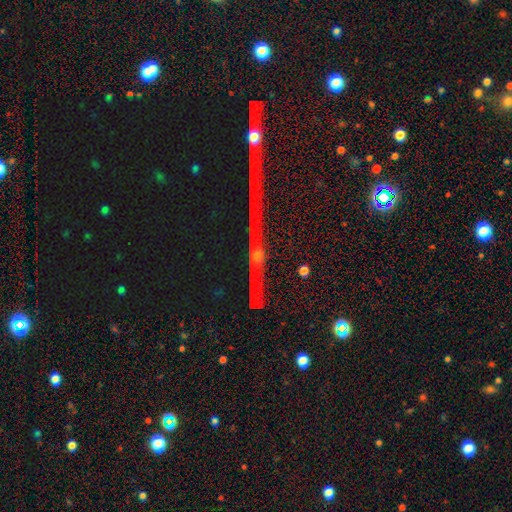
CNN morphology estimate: A star or artifact, not a galaxy (55%).